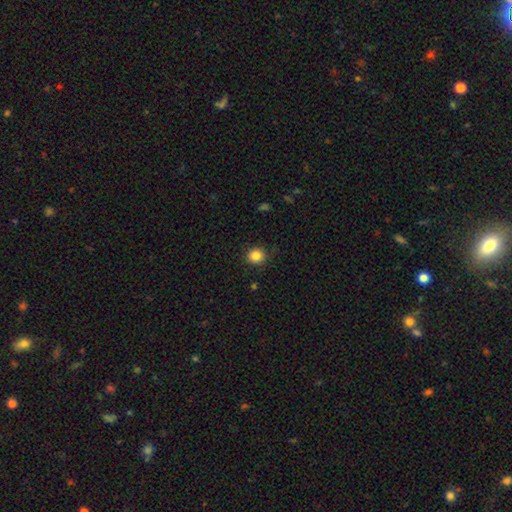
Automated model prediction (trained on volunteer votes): Smooth or featured?
  - smooth: 85% *
  - star or artifact: 11%
  - featured or disk: 4%
How rounded?
  - round: 86% *
  - in between: 13%
  - cigar-shaped: 1%
Merging?
  - none: 89% *
  - minor disturbance: 8%
  - major disturbance: 2%
  - merger: 1%